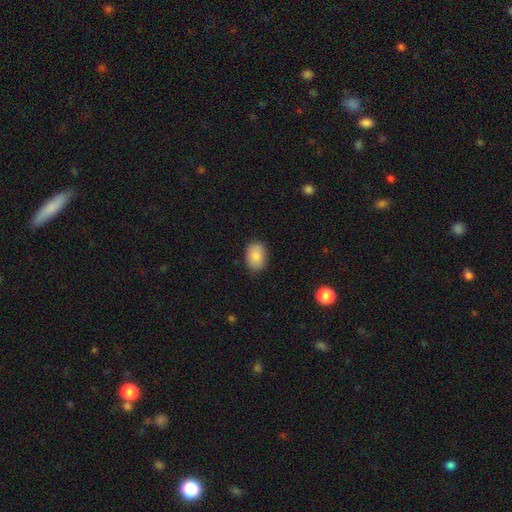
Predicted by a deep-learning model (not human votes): This is clearly a smooth galaxy (84%). How rounded: likely in between (78%). Merging: clearly none (82%).